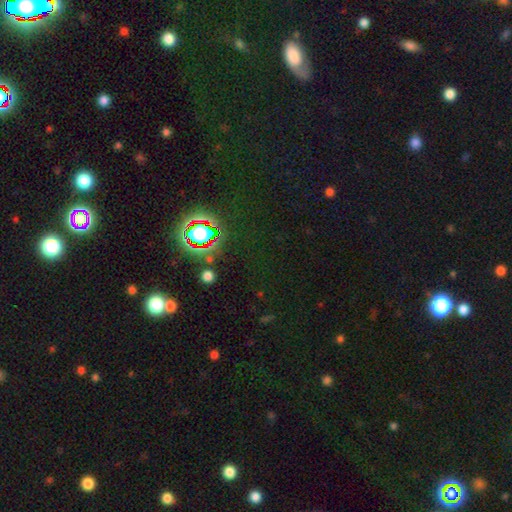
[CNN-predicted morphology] Q: Smooth or featured?
A: star or artifact (79%); runner-up: smooth (13%)